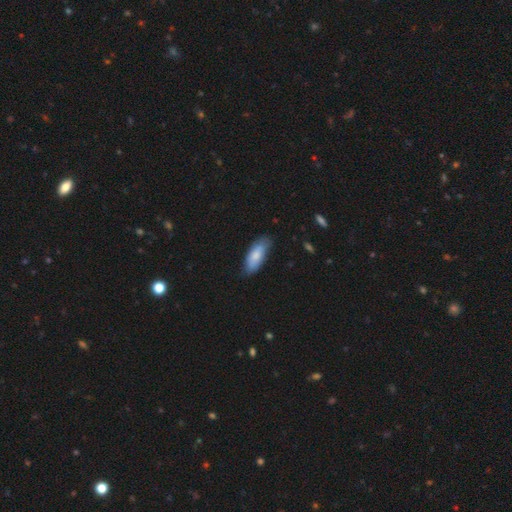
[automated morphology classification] Smooth or featured? Predicted: smooth (p=0.80). How rounded? Predicted: in between (p=0.76). Merging? Predicted: none (p=0.72).